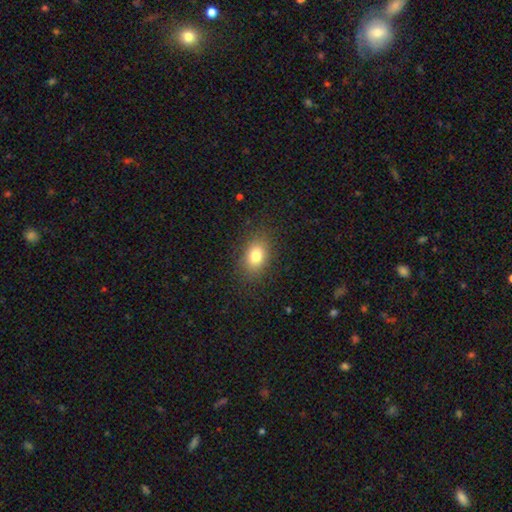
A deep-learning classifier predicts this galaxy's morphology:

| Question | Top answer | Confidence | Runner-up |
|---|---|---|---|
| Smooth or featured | smooth | 80% | star or artifact (11%) |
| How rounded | in between | 75% | round (24%) |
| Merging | none | 86% | minor disturbance (10%) |